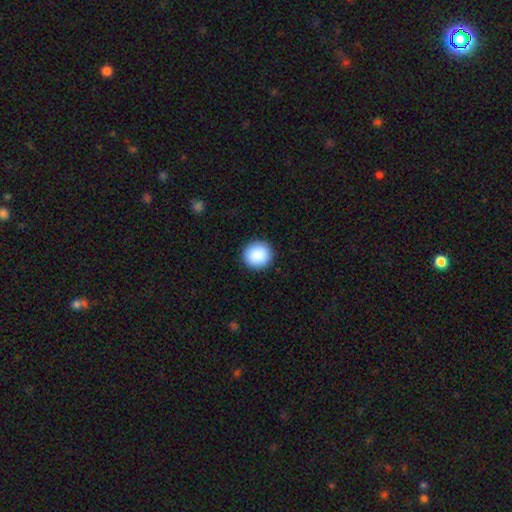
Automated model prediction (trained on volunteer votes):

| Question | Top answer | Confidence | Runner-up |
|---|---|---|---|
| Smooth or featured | smooth | 89% | star or artifact (8%) |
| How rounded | round | 90% | in between (9%) |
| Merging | none | 92% | minor disturbance (5%) |